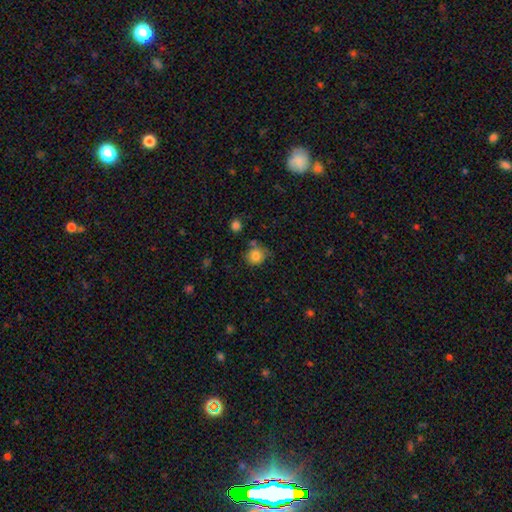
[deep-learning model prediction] smooth_or_featured: smooth (p=0.81) [alt: star or artifact p=0.10]
how_rounded: round (p=0.79) [alt: in between p=0.20]
merging: none (p=0.63) [alt: minor disturbance p=0.23]